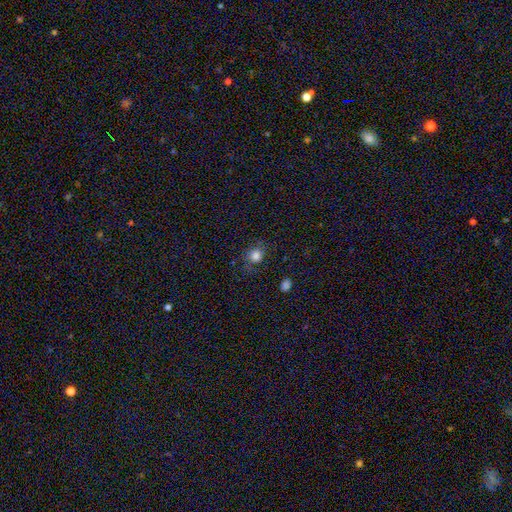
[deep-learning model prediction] This appears to be a smooth galaxy with no disk features (82%) that is round (71%). Merging: none (72%).